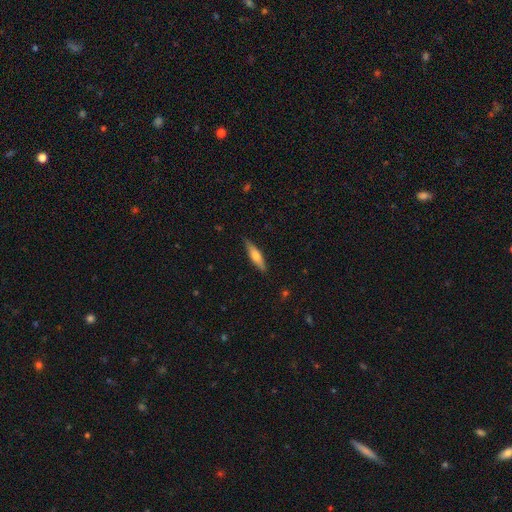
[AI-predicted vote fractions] smooth_or_featured: smooth (p=0.54) [alt: featured or disk p=0.41]
how_rounded: cigar-shaped (p=0.77) [alt: in between p=0.21]
merging: none (p=0.87) [alt: minor disturbance p=0.10]